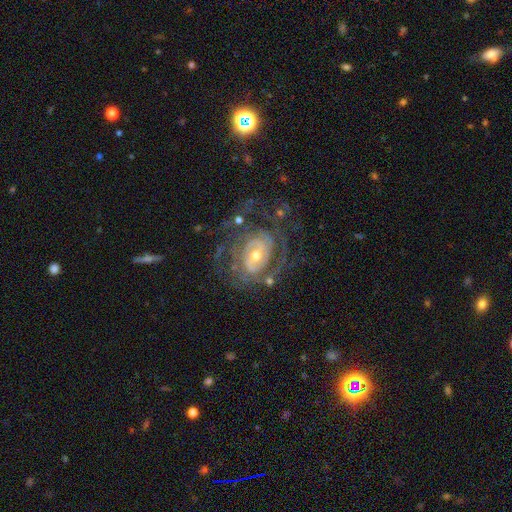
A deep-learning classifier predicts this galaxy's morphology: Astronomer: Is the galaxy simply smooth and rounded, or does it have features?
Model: featured or disk — 87%.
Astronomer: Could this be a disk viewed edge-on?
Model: no — 97%.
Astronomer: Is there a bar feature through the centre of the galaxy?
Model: no — 50% (runner-up: weak, 35%).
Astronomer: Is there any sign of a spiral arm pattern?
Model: yes — 91%.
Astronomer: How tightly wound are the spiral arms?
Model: tight — 65%.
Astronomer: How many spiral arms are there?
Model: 2 — 34%, tied with can't tell at 34%.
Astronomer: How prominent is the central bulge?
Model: moderate — 53% (runner-up: small, 42%).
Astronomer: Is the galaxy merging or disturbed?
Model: none — 60%.